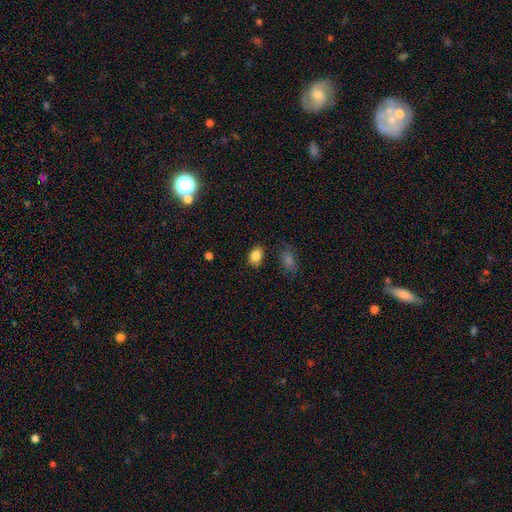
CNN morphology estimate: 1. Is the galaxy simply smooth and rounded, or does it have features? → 84% smooth, 10% star or artifact, 6% featured or disk.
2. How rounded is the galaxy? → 71% in between, 27% round, 1% cigar-shaped.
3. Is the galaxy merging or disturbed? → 80% none, 14% minor disturbance, 3% major disturbance, 3% merger.